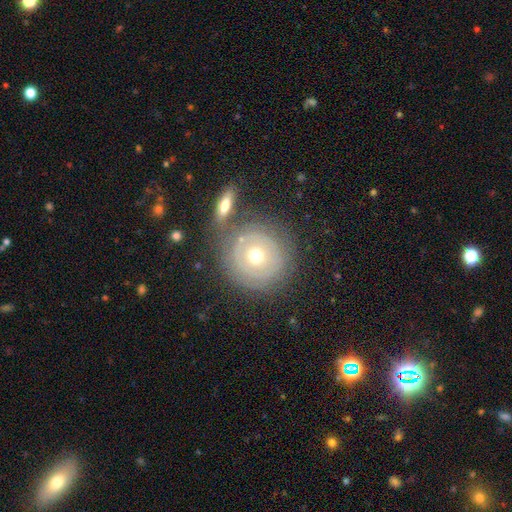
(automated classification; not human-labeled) Smooth or featured? featured or disk (58%)
Edge-on disk? no (94%)
Bar? no (88%)
Spiral arms? yes (54%)
Bulge size? moderate (65%)
Merging? none (75%)